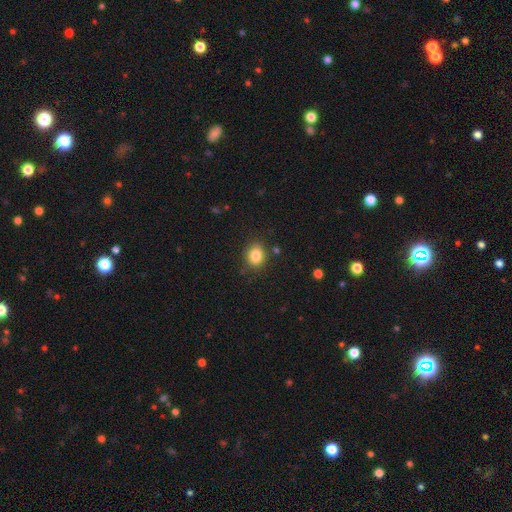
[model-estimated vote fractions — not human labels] The model was most divided on "how rounded": round: 60%, in between: 39%, cigar-shaped: 1%. More confident: merging — none (83%); smooth or featured — smooth (83%).